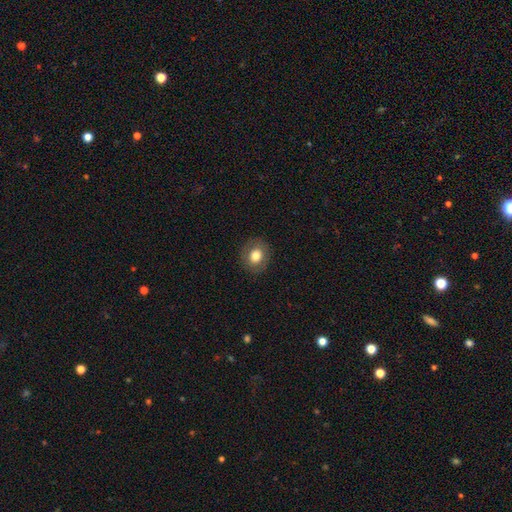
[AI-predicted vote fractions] Smooth or featured? Predicted: smooth (p=0.75). How rounded? Predicted: round (p=0.68). Merging? Predicted: none (p=0.87).